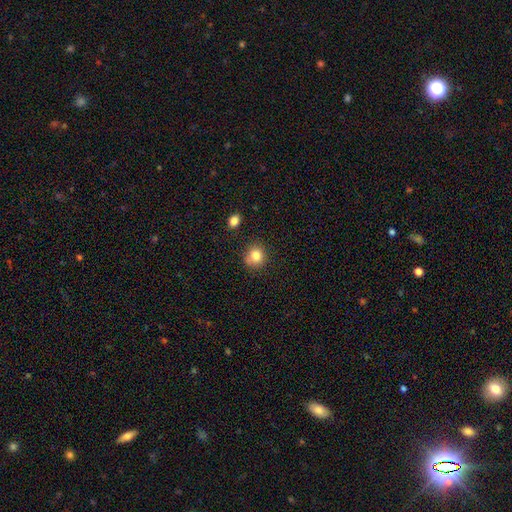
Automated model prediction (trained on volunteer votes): Smooth or featured? Predicted: smooth (p=0.82). How rounded? Predicted: round (p=0.82). Merging? Predicted: none (p=0.73).